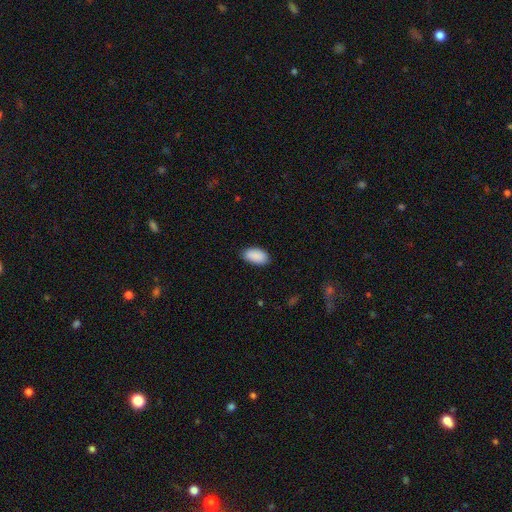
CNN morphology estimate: Smooth or featured?
  - smooth: 91% *
  - star or artifact: 6%
  - featured or disk: 3%
How rounded?
  - in between: 95% *
  - round: 3%
  - cigar-shaped: 2%
Merging?
  - none: 85% *
  - minor disturbance: 12%
  - major disturbance: 2%
  - merger: 1%